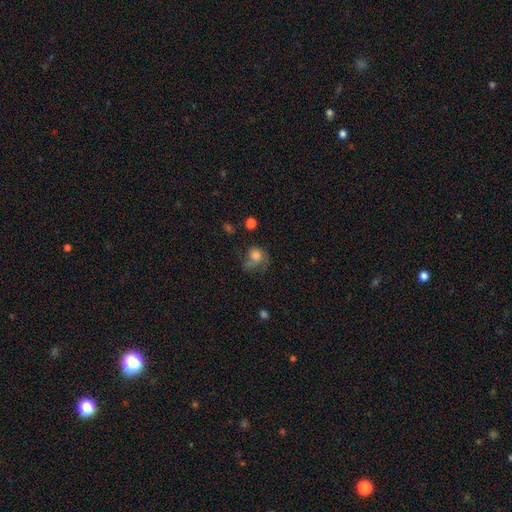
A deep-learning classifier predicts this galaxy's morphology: Overall: smooth (65%). How rounded: round (68%; in between 31%). Merging: major disturbance (34%, tied with none).